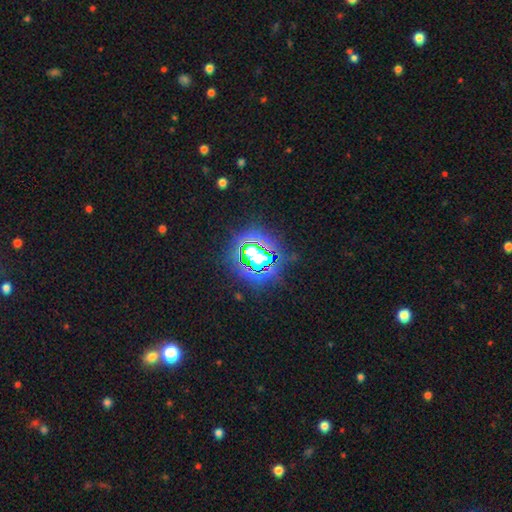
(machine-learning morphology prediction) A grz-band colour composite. It shows a star or artifact, not a galaxy (67%).